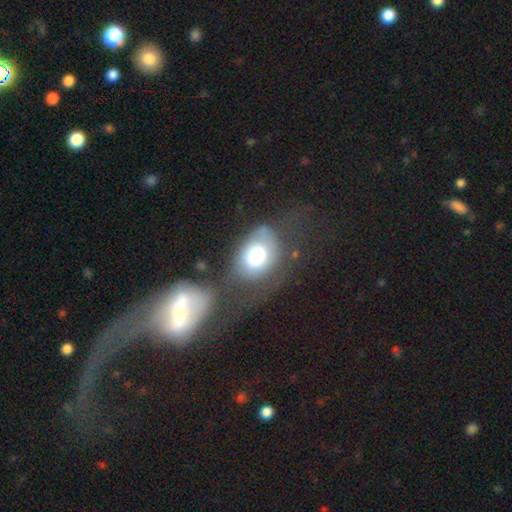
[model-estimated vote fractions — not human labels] smooth_or_featured: smooth (p=0.67) [alt: featured or disk p=0.24]
how_rounded: in between (p=0.66) [alt: round p=0.32]
merging: none (p=0.43) [alt: major disturbance p=0.24]